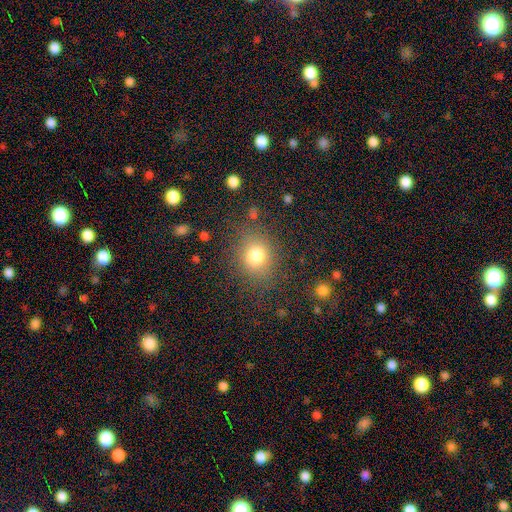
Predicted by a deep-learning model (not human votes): Morphology: type=smooth (78%); roundness=round (69%); merging=none (79%).